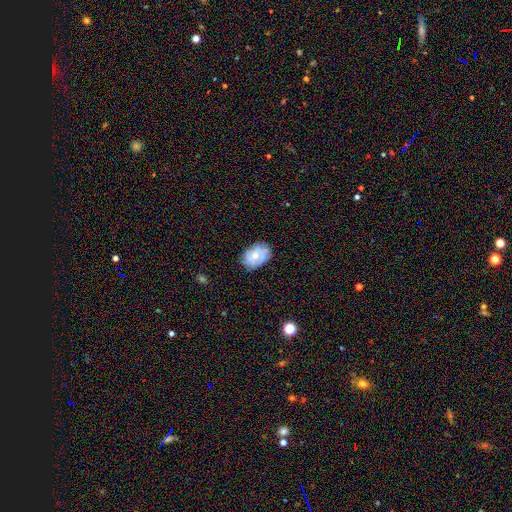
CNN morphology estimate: Smooth or featured?
  - smooth: 54% *
  - featured or disk: 38%
  - star or artifact: 9%
How rounded?
  - in between: 79% *
  - round: 20%
  - cigar-shaped: 1%
Merging?
  - none: 73% *
  - minor disturbance: 20%
  - major disturbance: 5%
  - merger: 2%